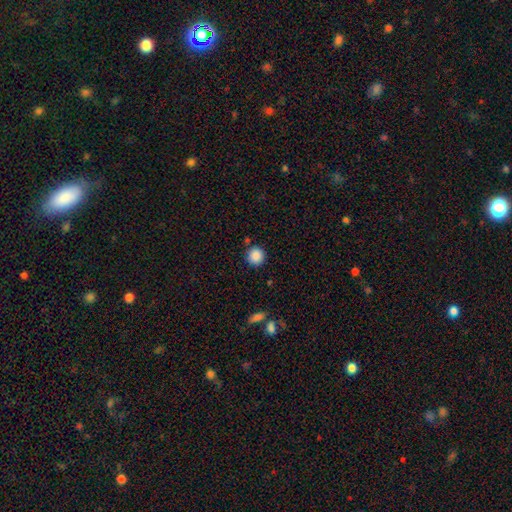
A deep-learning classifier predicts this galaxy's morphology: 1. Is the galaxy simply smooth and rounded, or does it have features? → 87% smooth, 9% star or artifact, 3% featured or disk.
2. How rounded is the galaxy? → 94% round, 6% in between, 1% cigar-shaped.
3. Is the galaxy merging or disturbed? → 86% none, 8% minor disturbance, 4% merger, 3% major disturbance.